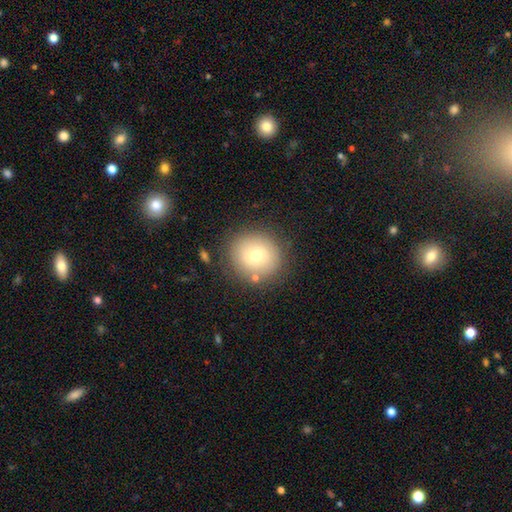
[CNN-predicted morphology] smooth 71%, featured or disk 17%, star or artifact 12%. Down the decision tree: how rounded — round (92%); merging — none (82%).